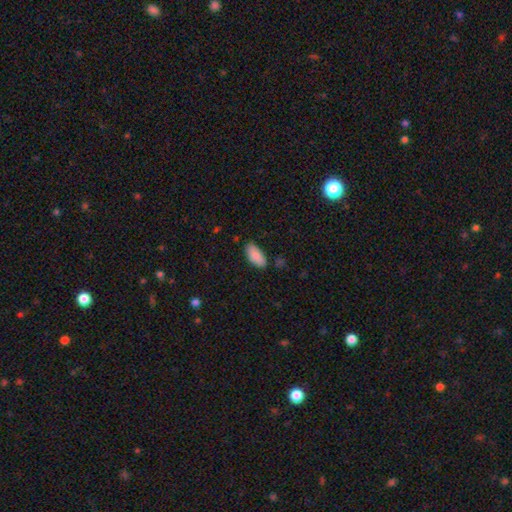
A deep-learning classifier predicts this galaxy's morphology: This appears to be a smooth galaxy with no disk features (88%) that is in between round and cigar-shaped (91%). Merging: none (80%).